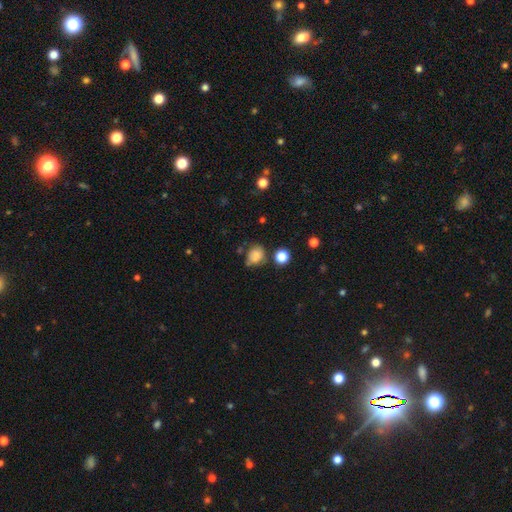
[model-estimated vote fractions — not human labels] This is likely a smooth galaxy (79%). How rounded: likely round (66%). Merging: likely none (62%).